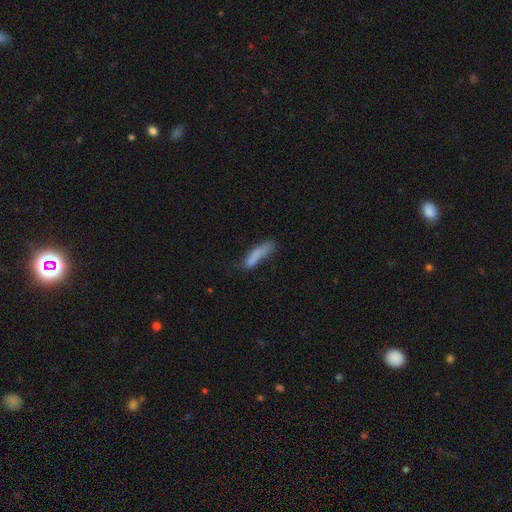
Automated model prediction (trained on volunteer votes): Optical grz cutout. It shows a smooth galaxy with no disk features (75%) that is cigar-shaped (75%). Merging: none (46%).